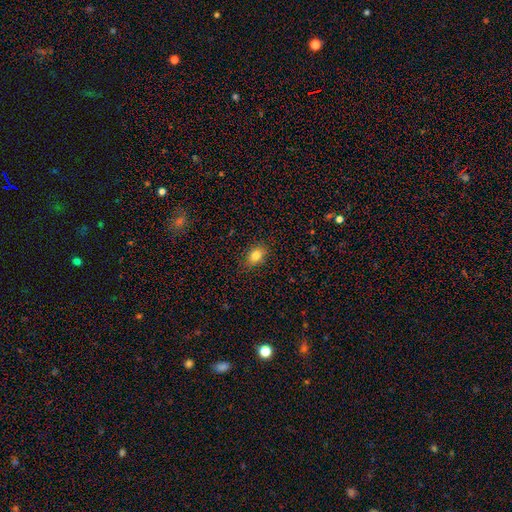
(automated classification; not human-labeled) This is clearly a smooth galaxy (82%). How rounded: likely in between (78%). Merging: clearly none (87%).